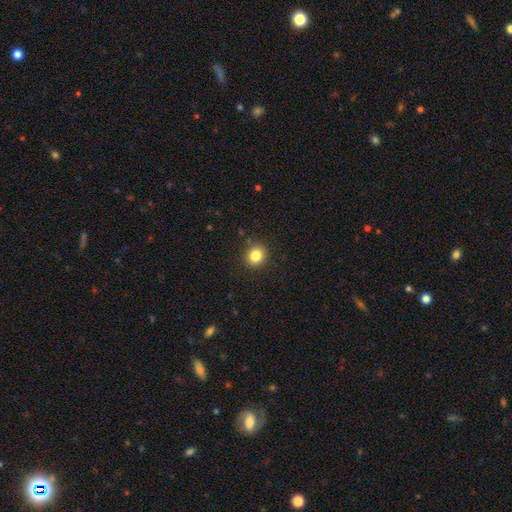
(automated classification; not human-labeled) This appears to be a smooth galaxy with no disk features (84%) that is round (82%). Merging: none (89%).